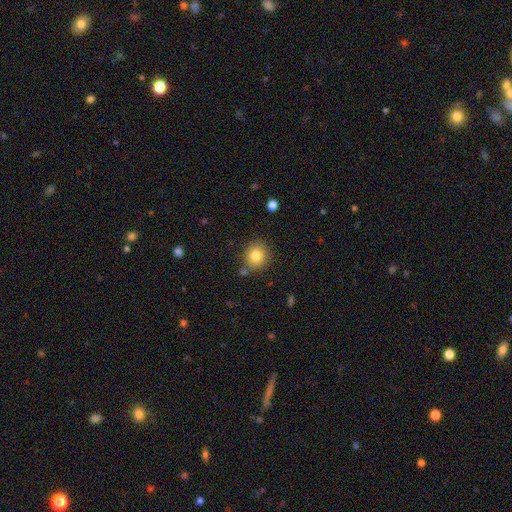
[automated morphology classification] Smooth or featured: smooth — 82% (star or artifact — 10%)
How rounded: round — 85% (in between — 14%)
Merging: none — 79% (minor disturbance — 12%)